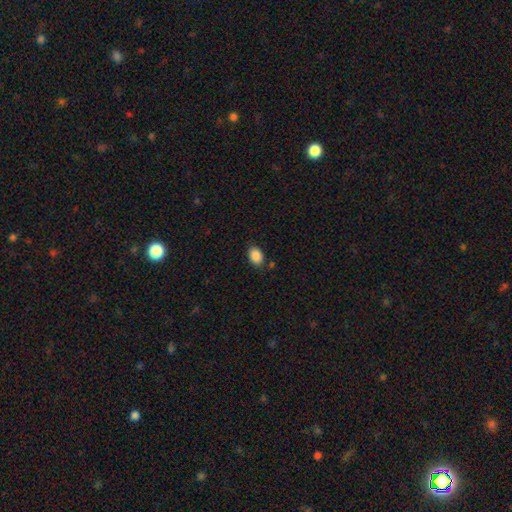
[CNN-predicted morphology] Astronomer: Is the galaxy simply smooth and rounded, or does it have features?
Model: smooth — 88%.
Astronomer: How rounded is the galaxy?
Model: in between — 78%.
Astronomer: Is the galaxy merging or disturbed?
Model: none — 83%.